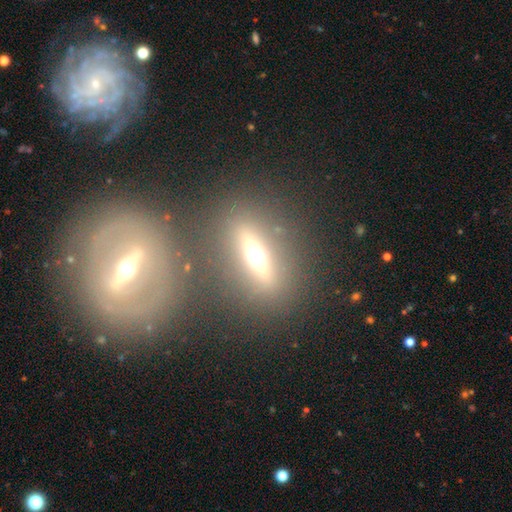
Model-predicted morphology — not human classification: A featured or disk galaxy (53%) viewed edge-on (80%). Merging: none (78%).